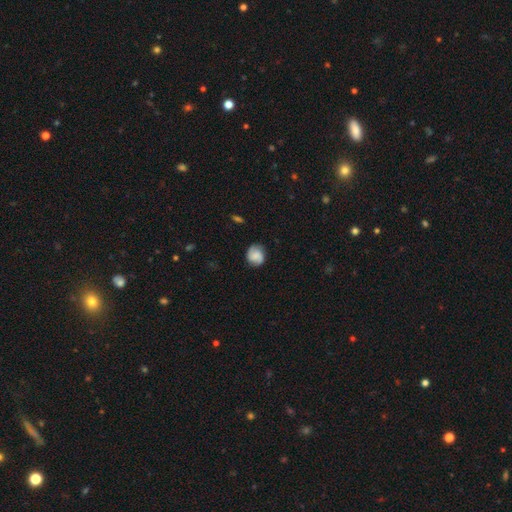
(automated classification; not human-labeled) A smooth galaxy with no disk features (50%) that is round (77%).

Vote fractions:
- Smooth or featured? smooth: 50% / featured or disk: 41% / star or artifact: 9%
- How rounded? round: 77% / in between: 22% / cigar-shaped: 1%
- Merging? none: 77% / minor disturbance: 17% / major disturbance: 5% / merger: 1%